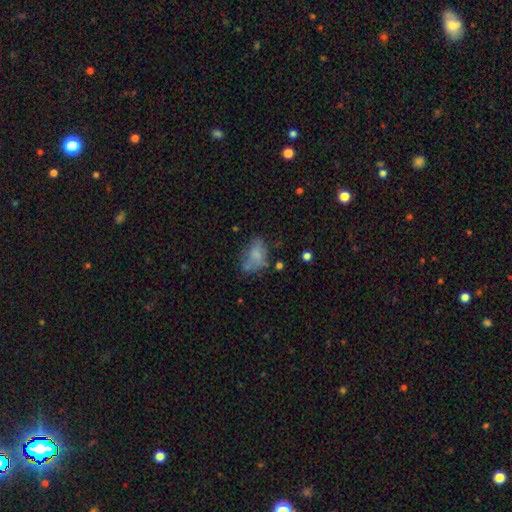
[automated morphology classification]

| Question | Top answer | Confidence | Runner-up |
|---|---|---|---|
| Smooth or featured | smooth | 61% | featured or disk (27%) |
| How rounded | in between | 86% | round (11%) |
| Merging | none | 39% | minor disturbance (29%) |